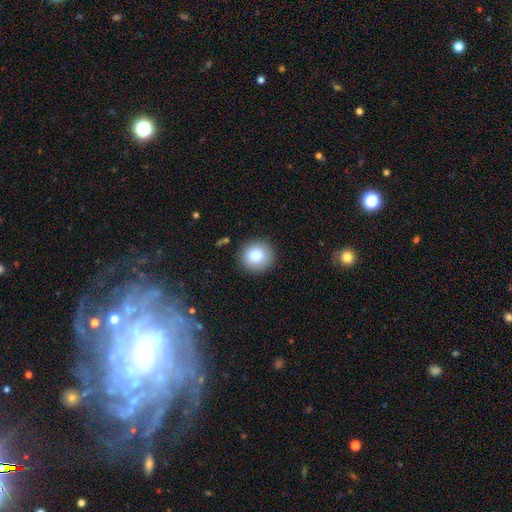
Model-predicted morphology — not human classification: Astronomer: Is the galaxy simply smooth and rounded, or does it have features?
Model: smooth — 84%.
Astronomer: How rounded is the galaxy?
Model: round — 92%.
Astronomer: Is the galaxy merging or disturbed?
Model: none — 89%.